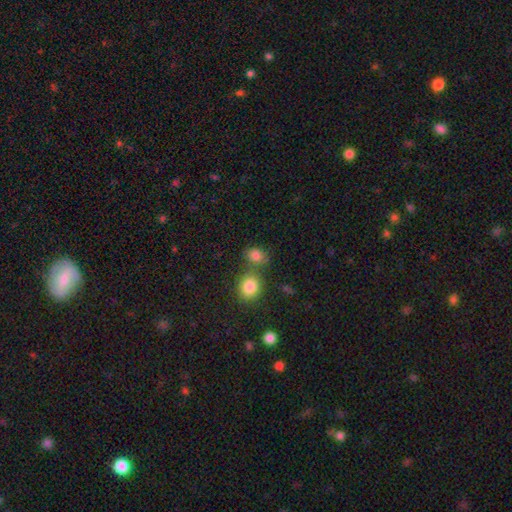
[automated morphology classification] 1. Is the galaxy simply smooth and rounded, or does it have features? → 81% smooth, 12% star or artifact, 7% featured or disk.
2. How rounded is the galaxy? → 51% in between, 48% round, 1% cigar-shaped.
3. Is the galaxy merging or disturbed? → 57% none, 28% merger, 11% minor disturbance, 4% major disturbance.